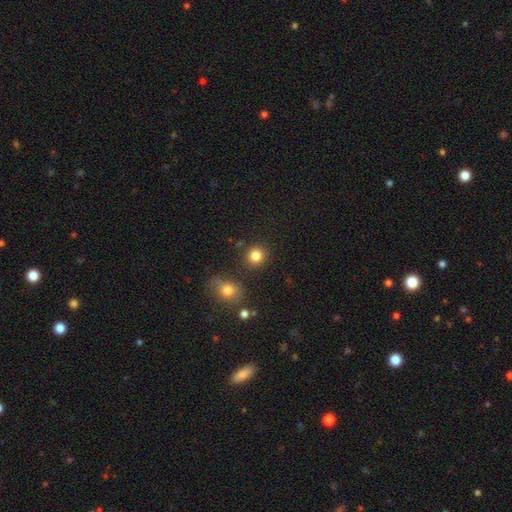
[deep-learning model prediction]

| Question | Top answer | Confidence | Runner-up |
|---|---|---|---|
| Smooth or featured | smooth | 83% | star or artifact (12%) |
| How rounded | round | 88% | in between (11%) |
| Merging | none | 85% | minor disturbance (8%) |